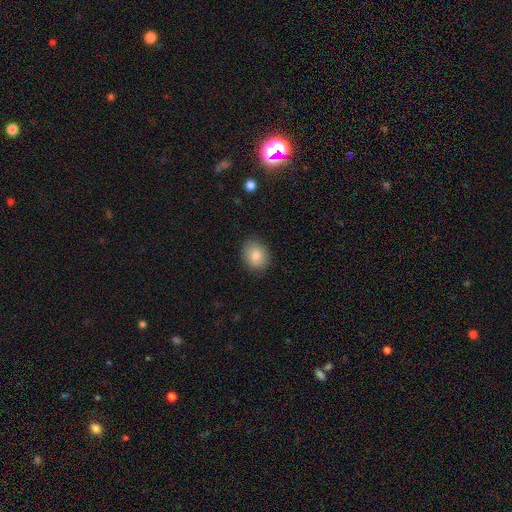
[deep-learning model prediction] A smooth galaxy with no disk features (83%) that is round (58%).

Vote fractions:
- Smooth or featured? smooth: 83% / star or artifact: 9% / featured or disk: 8%
- How rounded? round: 58% / in between: 41% / cigar-shaped: 1%
- Merging? none: 86% / minor disturbance: 10% / major disturbance: 2% / merger: 1%